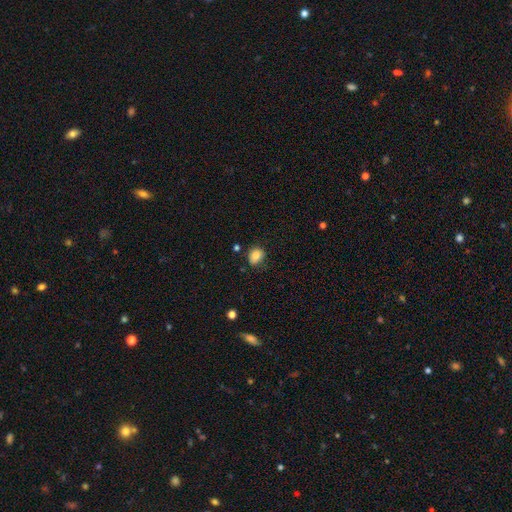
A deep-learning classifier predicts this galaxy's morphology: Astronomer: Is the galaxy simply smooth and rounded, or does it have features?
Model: smooth — 85%.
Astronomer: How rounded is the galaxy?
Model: in between — 55% (runner-up: round, 44%).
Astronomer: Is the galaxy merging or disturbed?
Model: none — 71%.